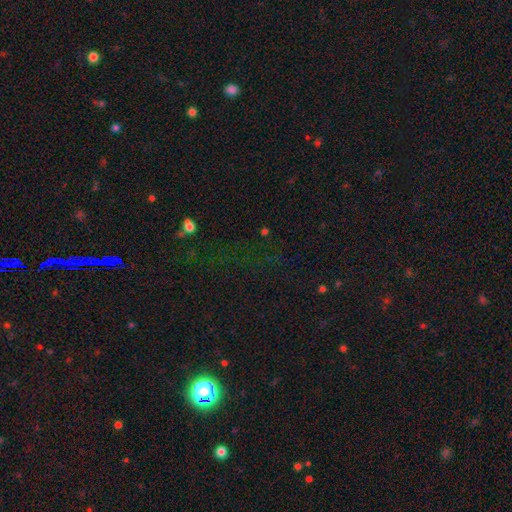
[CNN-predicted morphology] Smooth or featured: star or artifact — 71% (smooth — 19%)